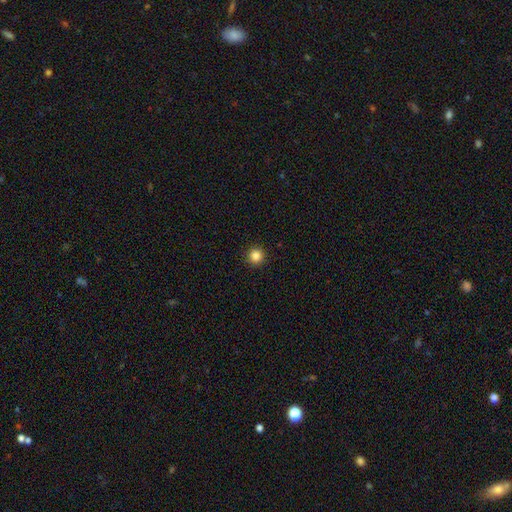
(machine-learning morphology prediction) Smooth or featured?
  - smooth: 85% *
  - star or artifact: 12%
  - featured or disk: 4%
How rounded?
  - round: 96% *
  - in between: 3%
  - cigar-shaped: 1%
Merging?
  - none: 93% *
  - minor disturbance: 4%
  - major disturbance: 2%
  - merger: 1%